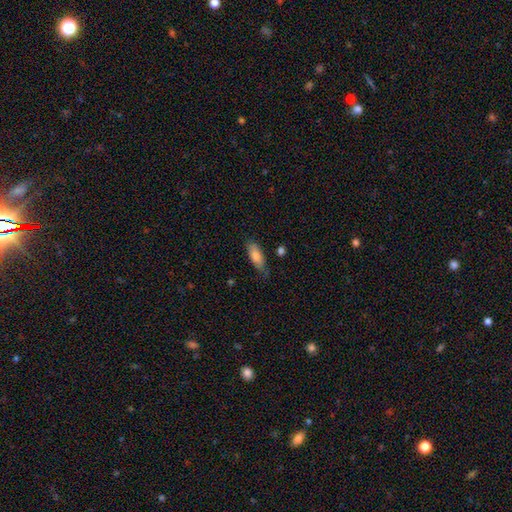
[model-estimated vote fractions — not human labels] Morphology: type=smooth (79%); roundness=in between (71%); merging=none (69%).